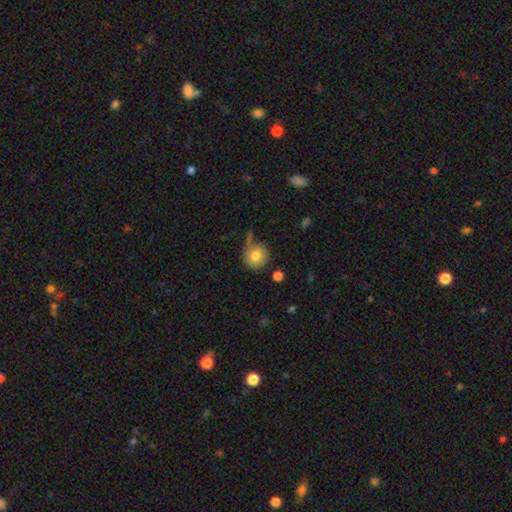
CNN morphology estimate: This is likely a smooth galaxy (80%). How rounded: clearly round (87%). Merging: likely none (61%).